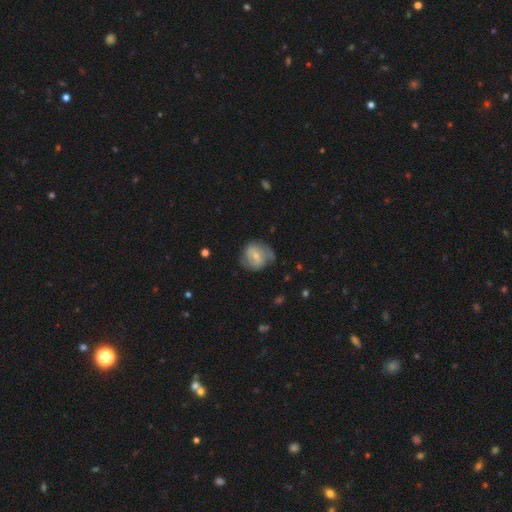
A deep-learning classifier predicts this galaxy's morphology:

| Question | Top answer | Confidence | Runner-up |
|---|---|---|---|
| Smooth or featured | featured or disk | 50% | smooth (43%) |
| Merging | none | 57% | minor disturbance (28%) |